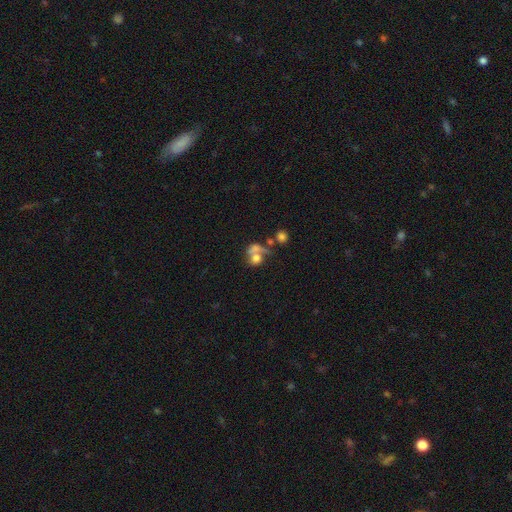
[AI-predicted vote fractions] Smooth or featured?
  - smooth: 59% *
  - featured or disk: 28%
  - star or artifact: 14%
How rounded?
  - round: 55% *
  - in between: 43%
  - cigar-shaped: 2%
Merging?
  - merger: 51% *
  - none: 22%
  - major disturbance: 17%
  - minor disturbance: 9%